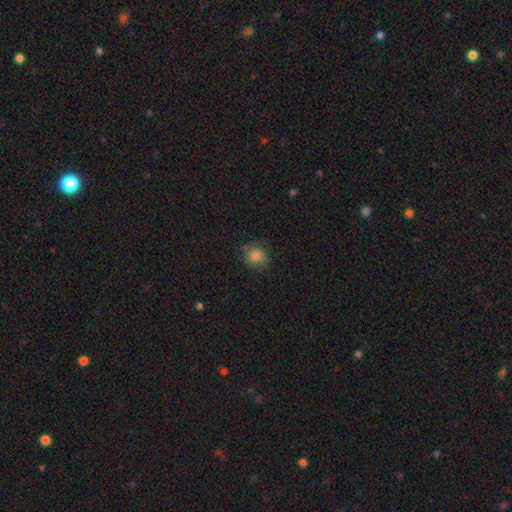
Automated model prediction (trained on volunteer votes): Smooth or featured? Predicted: smooth (p=0.79). How rounded? Predicted: round (p=0.79). Merging? Predicted: none (p=0.72).